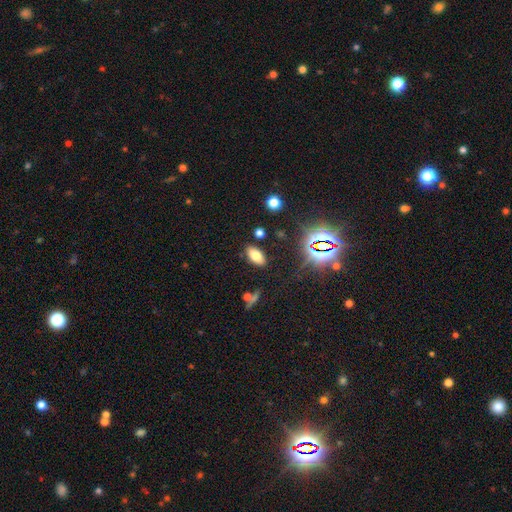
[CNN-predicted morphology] The model was most divided on "smooth or featured": smooth: 70%, star or artifact: 18%, featured or disk: 12%. More confident: how rounded — in between (91%); merging — none (85%).